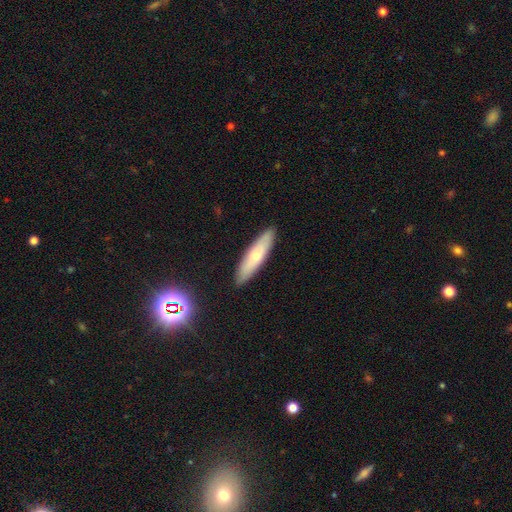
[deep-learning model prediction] Overall: smooth (60%; featured or disk 33%). How rounded: cigar-shaped (74%). Merging: none (89%).